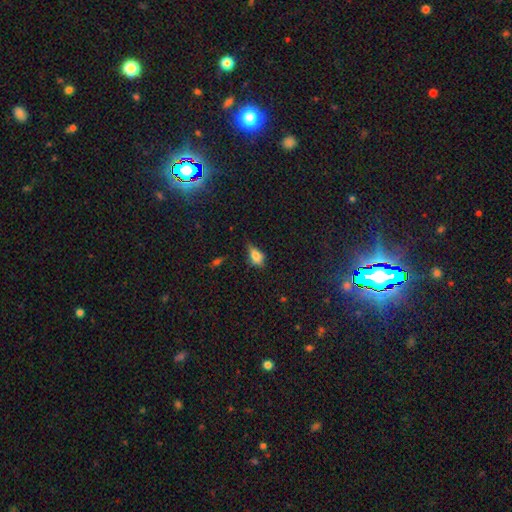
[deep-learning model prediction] This appears to be a smooth galaxy with no disk features (76%) that is in between round and cigar-shaped (84%). Merging: none (42%).